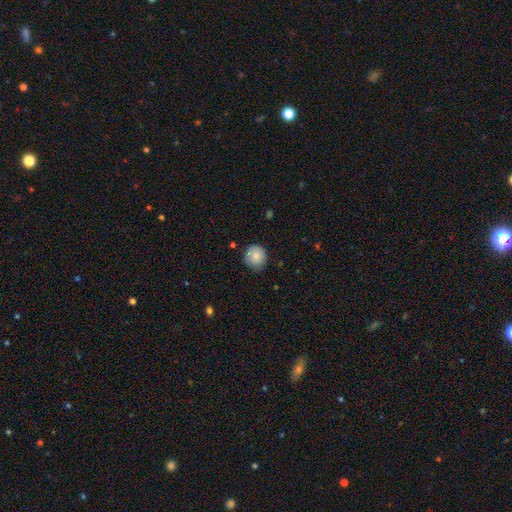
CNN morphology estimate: smooth 82%, featured or disk 10%, star or artifact 7%. Down the decision tree: how rounded — round (90%); merging — none (76%).